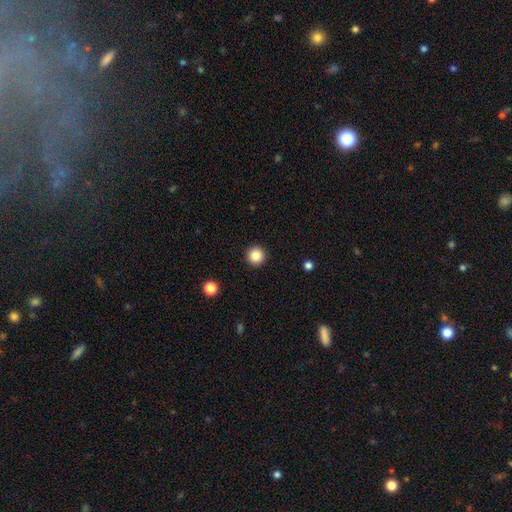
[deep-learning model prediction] This appears to be a smooth galaxy with no disk features (87%) that is round (96%). Merging: none (93%).